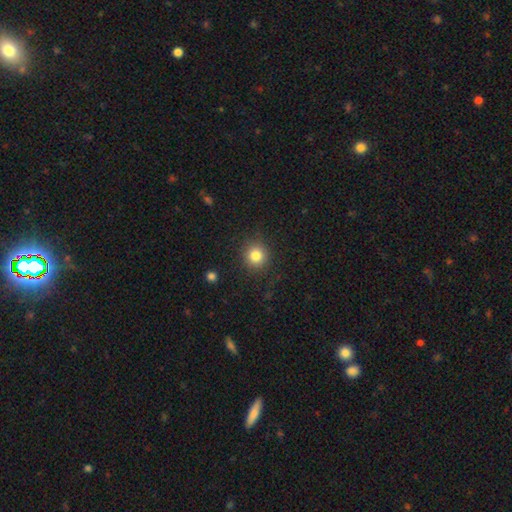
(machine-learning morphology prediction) type=smooth (83%); roundness=round (91%); merging=none (88%).